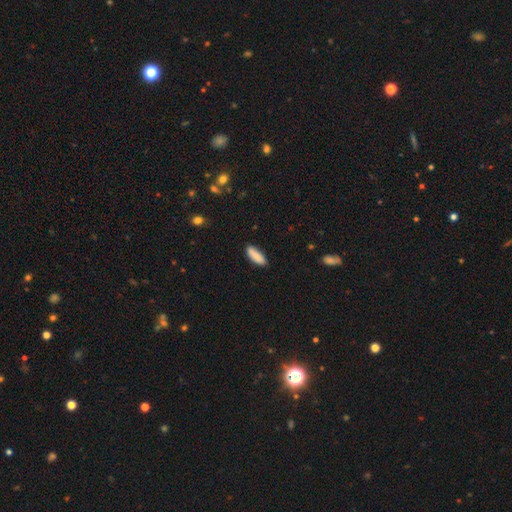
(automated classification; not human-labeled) Smooth or featured? smooth (83%)
How rounded? in between (63%)
Merging? none (82%)